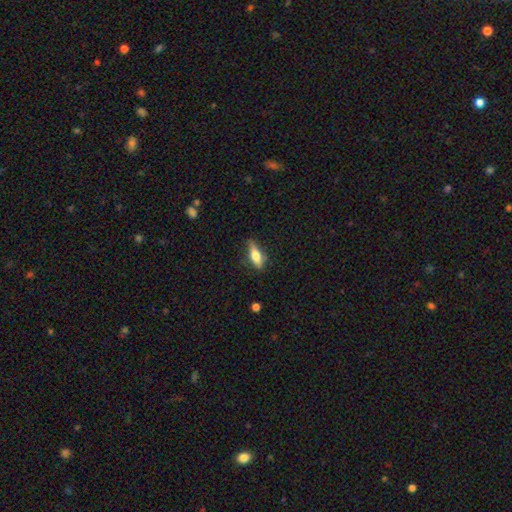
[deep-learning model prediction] Morphology: type=smooth (60%); roundness=in between (54%); merging=none (74%).